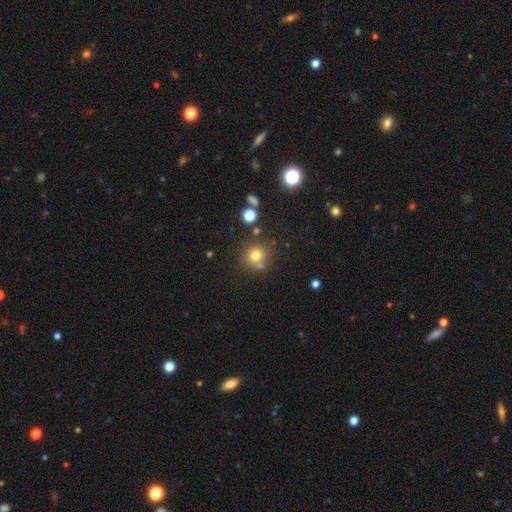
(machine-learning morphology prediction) Smooth or featured? smooth (74%)
How rounded? round (90%)
Merging? none (70%)